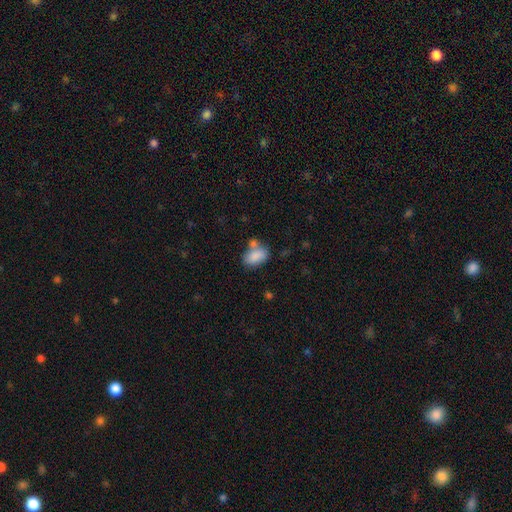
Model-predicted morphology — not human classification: A smooth galaxy with no disk features (84%) that is in between round and cigar-shaped (89%).

Vote fractions:
- Smooth or featured? smooth: 84% / star or artifact: 8% / featured or disk: 8%
- How rounded? in between: 89% / round: 9% / cigar-shaped: 2%
- Merging? none: 51% / merger: 25% / minor disturbance: 18% / major disturbance: 6%